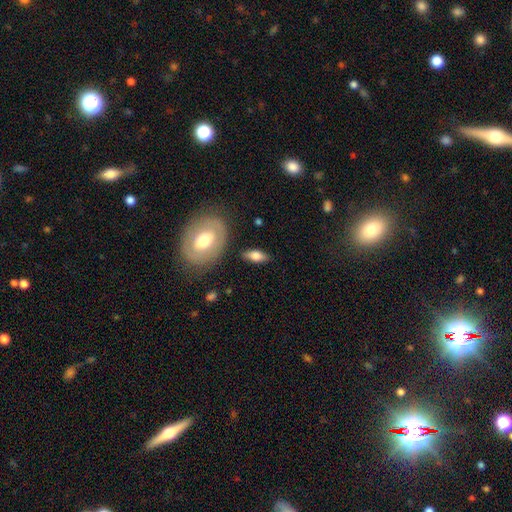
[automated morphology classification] This appears to be a smooth galaxy with no disk features (66%) that is in between round and cigar-shaped (76%). Merging: none (82%).